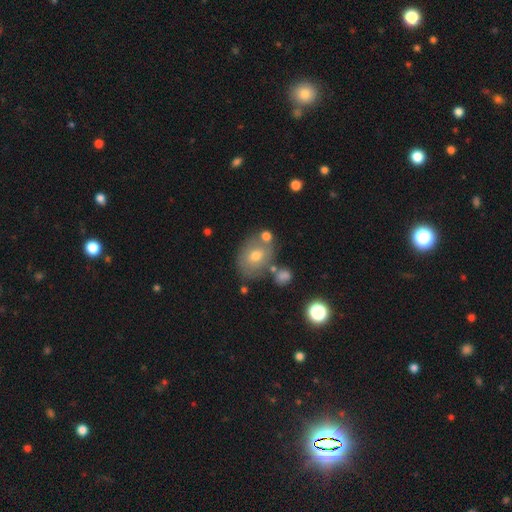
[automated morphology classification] This is likely a smooth galaxy (61%). How rounded: likely in between (66%). Merging: likely none (63%).